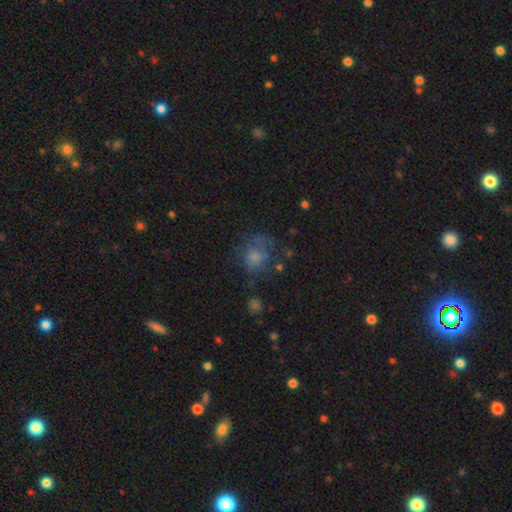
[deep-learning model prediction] This is possibly a smooth galaxy (56%). How rounded: likely round (68%). Merging: possibly none (49%).